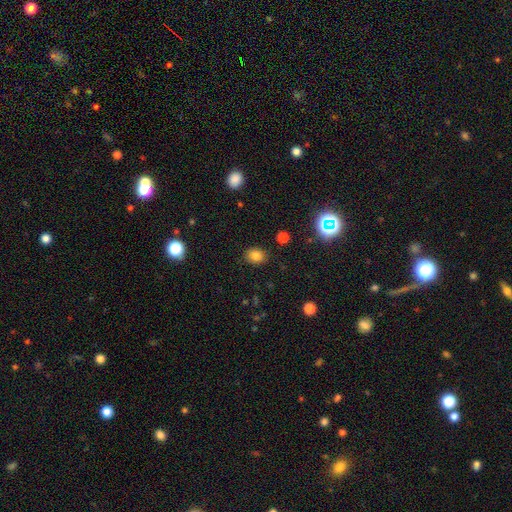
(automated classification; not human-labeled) This is likely a smooth galaxy (79%). How rounded: possibly round (56%). Merging: clearly none (87%).